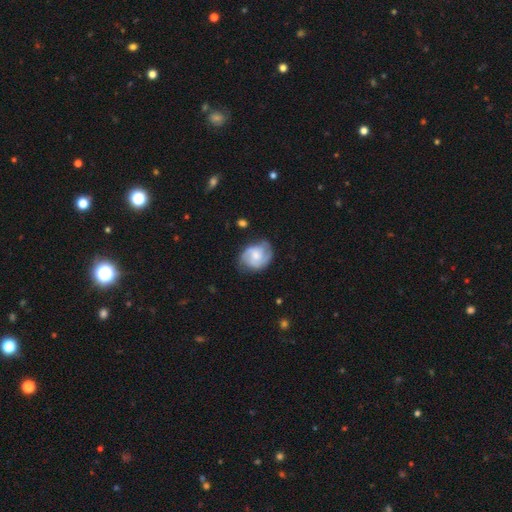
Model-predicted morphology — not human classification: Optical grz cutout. It shows a featured or disk galaxy (75%) with no bar (55%), 2 (68%) medium (47%) spiral arms (95%) and a moderate central bulge (42%). Merging: none (72%).